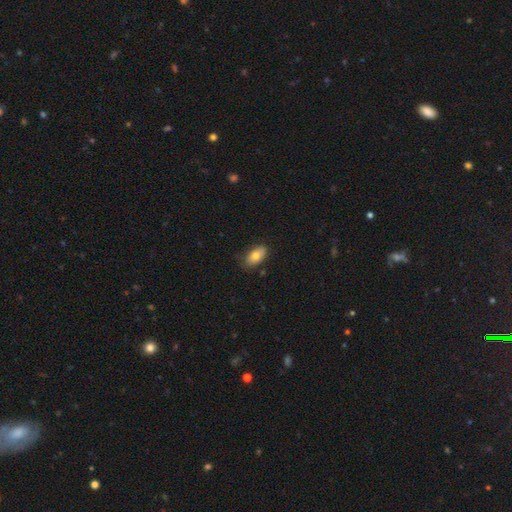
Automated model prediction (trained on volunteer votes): Overall: smooth (78%). How rounded: in between (92%). Merging: none (77%).